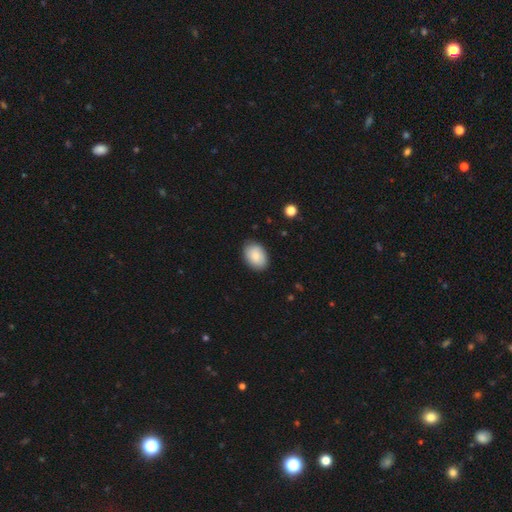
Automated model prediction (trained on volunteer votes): A smooth galaxy with no disk features (85%) that is in between round and cigar-shaped (84%).

Vote fractions:
- Smooth or featured? smooth: 85% / featured or disk: 9% / star or artifact: 6%
- How rounded? in between: 84% / round: 15% / cigar-shaped: 1%
- Merging? none: 85% / minor disturbance: 11% / major disturbance: 2% / merger: 1%